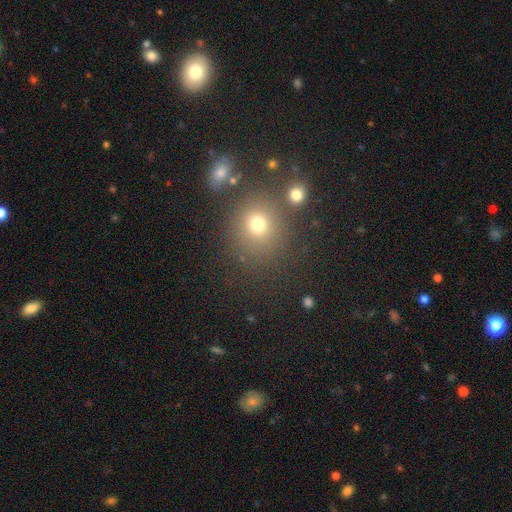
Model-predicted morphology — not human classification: type=smooth (61%); roundness=round (86%); merging=none (79%).